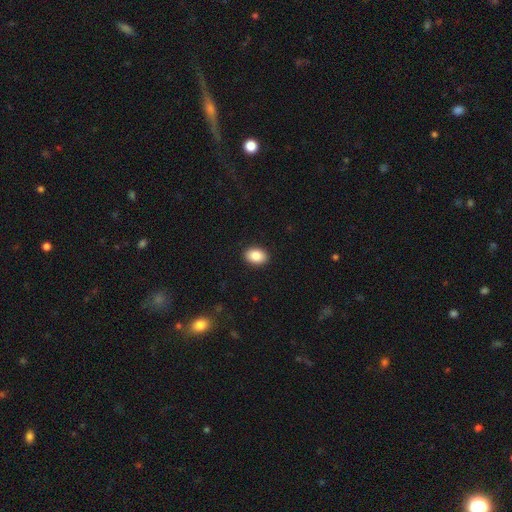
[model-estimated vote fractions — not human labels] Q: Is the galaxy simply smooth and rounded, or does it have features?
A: smooth — 87%.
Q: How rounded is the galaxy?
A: in between — 79%.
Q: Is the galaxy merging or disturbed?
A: none — 91%.